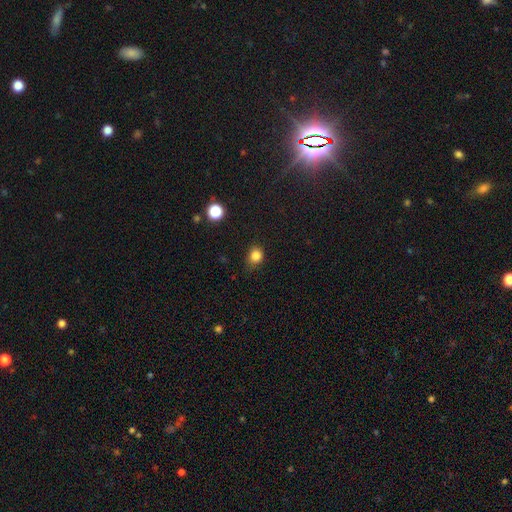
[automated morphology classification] Smooth or featured: smooth — 84% (star or artifact — 13%)
How rounded: round — 72% (in between — 27%)
Merging: none — 73% (minor disturbance — 21%)